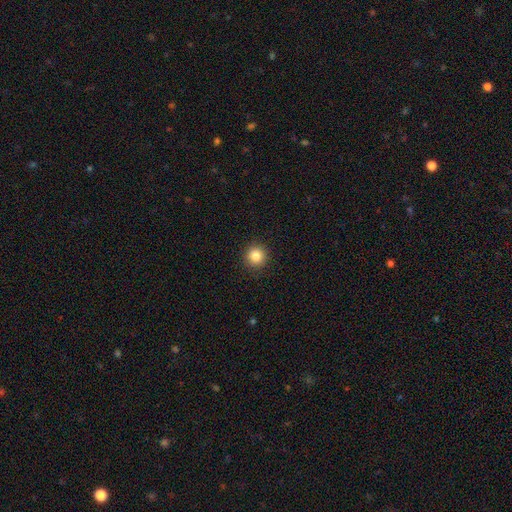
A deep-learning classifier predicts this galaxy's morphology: A smooth galaxy with no disk features (84%) that is round (94%).

Vote fractions:
- Smooth or featured? smooth: 84% / star or artifact: 11% / featured or disk: 5%
- How rounded? round: 94% / in between: 5% / cigar-shaped: 1%
- Merging? none: 92% / minor disturbance: 6% / major disturbance: 2% / merger: 1%